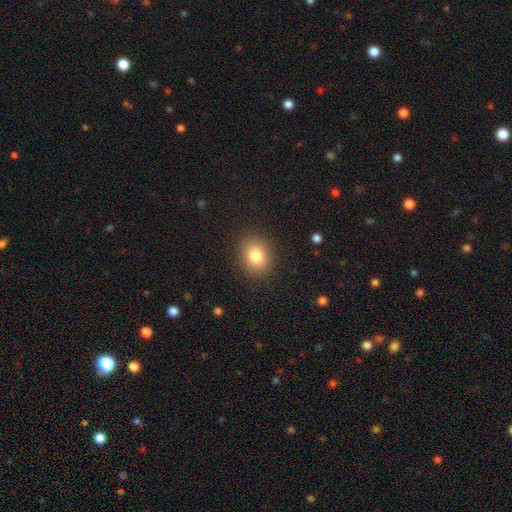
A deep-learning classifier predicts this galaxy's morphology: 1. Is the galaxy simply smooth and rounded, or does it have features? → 81% smooth, 10% star or artifact, 9% featured or disk.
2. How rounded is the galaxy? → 50% round, 49% in between, 1% cigar-shaped.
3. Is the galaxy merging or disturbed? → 87% none, 9% minor disturbance, 3% major disturbance, 1% merger.